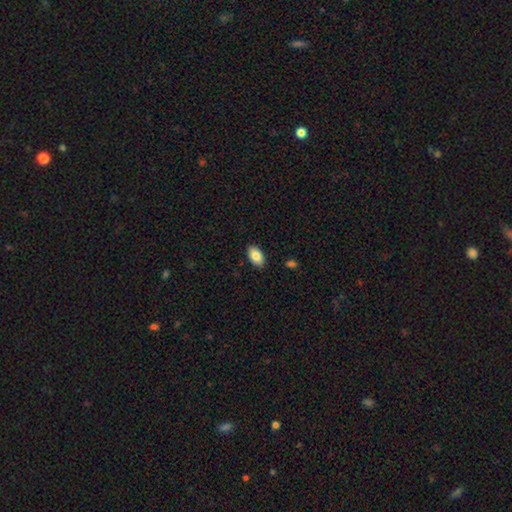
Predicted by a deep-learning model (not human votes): Morphology: type=smooth (86%); roundness=in between (94%); merging=none (89%).